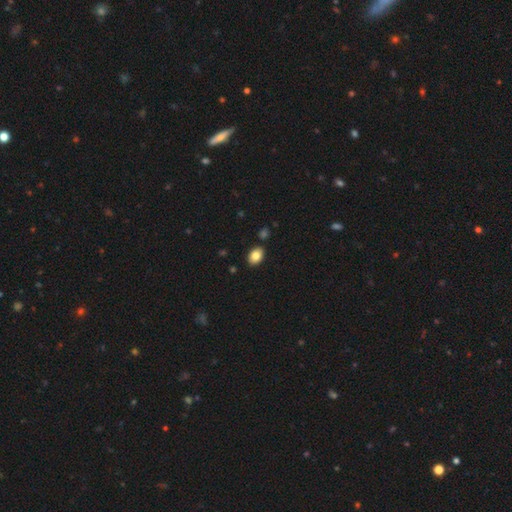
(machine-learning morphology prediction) A smooth galaxy with no disk features (84%) that is in between round and cigar-shaped (82%).

Vote fractions:
- Smooth or featured? smooth: 84% / star or artifact: 8% / featured or disk: 8%
- How rounded? in between: 82% / round: 17% / cigar-shaped: 1%
- Merging? none: 87% / minor disturbance: 8% / merger: 3% / major disturbance: 2%